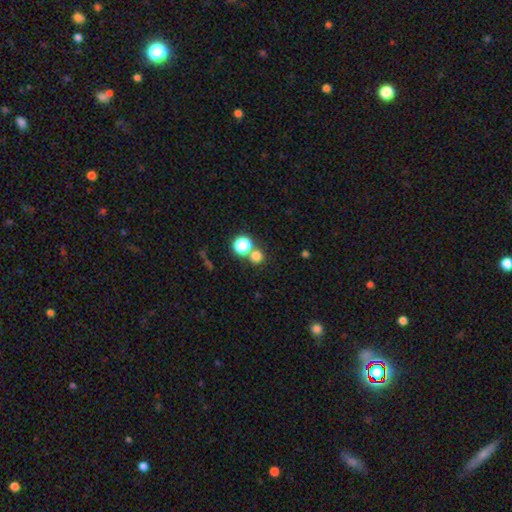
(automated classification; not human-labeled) Q: Smooth or featured?
A: smooth (73%); runner-up: star or artifact (20%)
Q: How rounded?
A: round (91%); runner-up: in between (8%)
Q: Merging?
A: none (65%); runner-up: merger (25%)